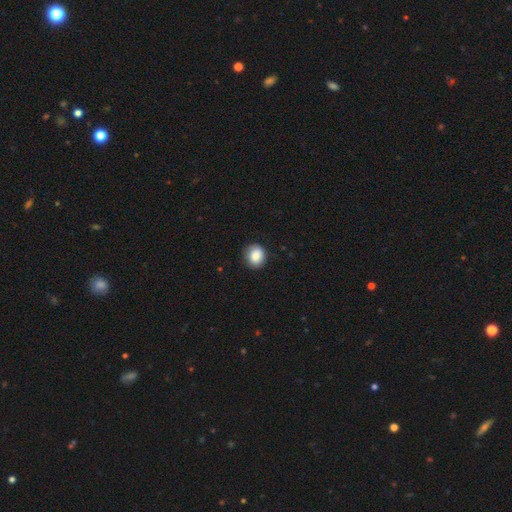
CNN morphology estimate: Smooth or featured: smooth — 86% (star or artifact — 8%)
How rounded: round — 81% (in between — 18%)
Merging: none — 86% (minor disturbance — 11%)